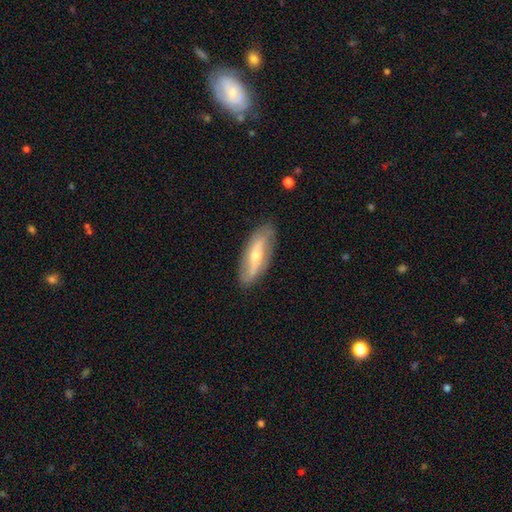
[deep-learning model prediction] Smooth or featured?
  - featured or disk: 65% *
  - smooth: 29%
  - star or artifact: 6%
Edge-on disk?
  - no: 77% *
  - yes: 23%
Merging?
  - none: 84% *
  - minor disturbance: 12%
  - major disturbance: 3%
  - merger: 1%